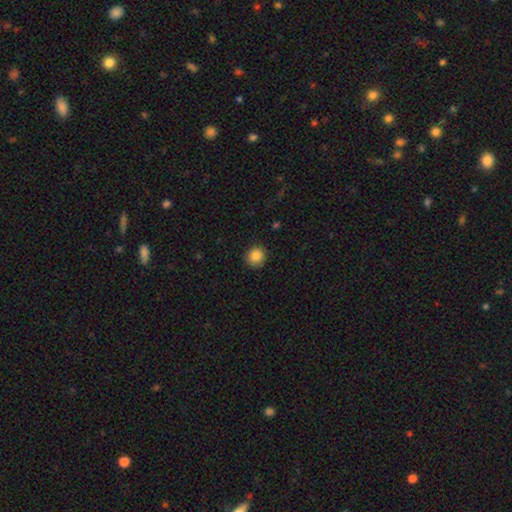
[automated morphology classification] This appears to be a smooth galaxy with no disk features (86%) that is round (90%). Merging: none (90%).